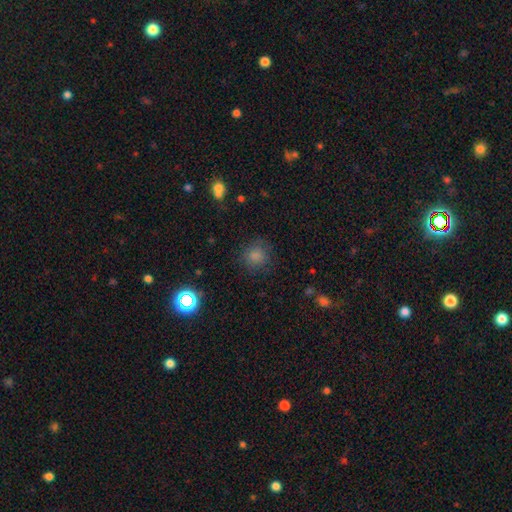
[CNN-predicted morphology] Smooth or featured? smooth (82%)
How rounded? round (88%)
Merging? none (82%)